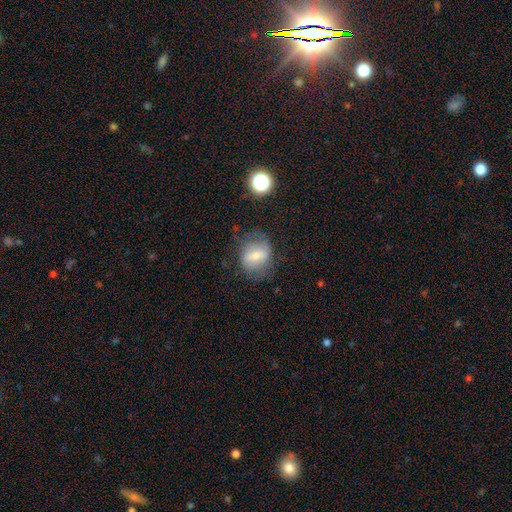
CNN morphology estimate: Smooth or featured: smooth — 53% (featured or disk — 37%)
How rounded: round — 54% (in between — 44%)
Merging: none — 61% (minor disturbance — 23%)